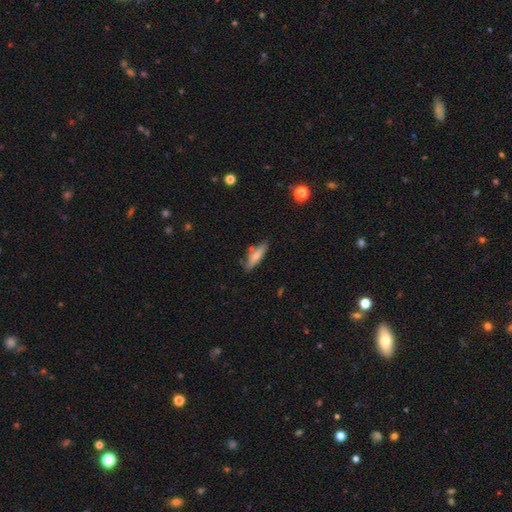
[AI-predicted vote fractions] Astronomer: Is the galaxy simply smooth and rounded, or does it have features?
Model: smooth — 69%.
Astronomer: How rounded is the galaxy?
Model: cigar-shaped — 62%.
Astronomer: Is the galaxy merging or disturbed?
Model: none — 73%.